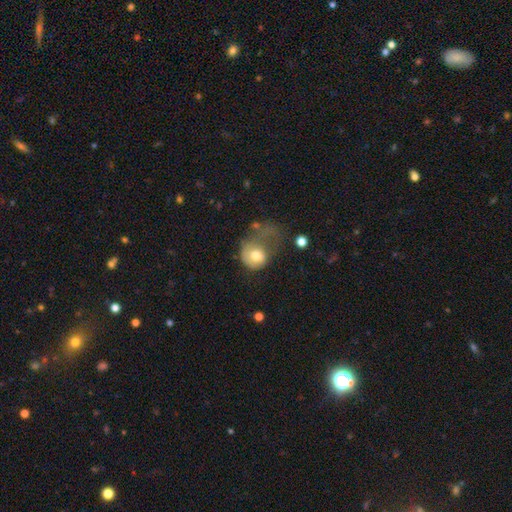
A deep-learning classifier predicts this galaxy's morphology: Smooth or featured? smooth (67%)
How rounded? round (63%)
Merging? major disturbance (61%)